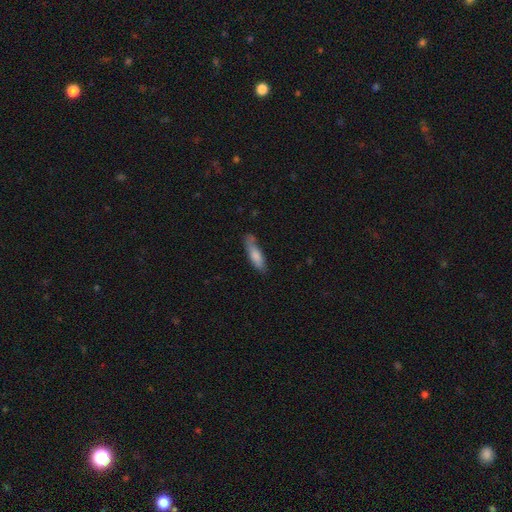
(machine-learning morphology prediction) This appears to be a smooth galaxy with no disk features (74%) that is cigar-shaped (62%). Merging: none (63%).